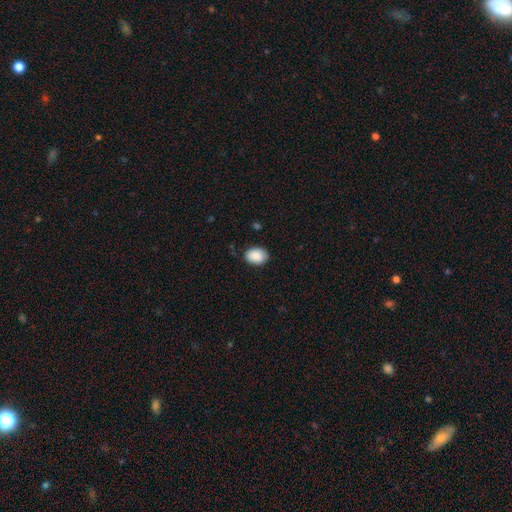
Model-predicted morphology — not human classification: A smooth galaxy with no disk features (89%) that is in between round and cigar-shaped (69%).

Vote fractions:
- Smooth or featured? smooth: 89% / star or artifact: 7% / featured or disk: 4%
- How rounded? in between: 69% / round: 30% / cigar-shaped: 1%
- Merging? none: 81% / minor disturbance: 15% / major disturbance: 3% / merger: 1%